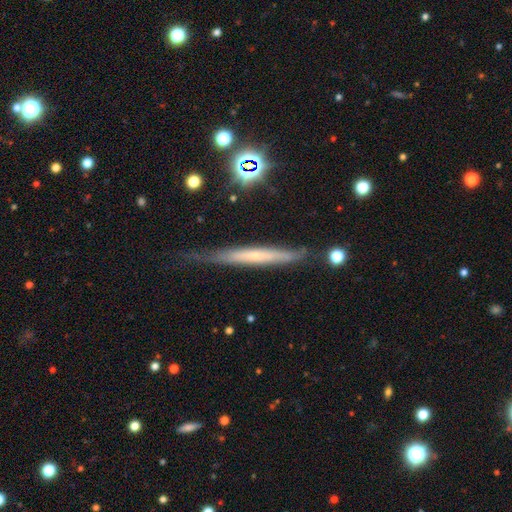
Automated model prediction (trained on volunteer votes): Morphology: type=featured or disk (57%); edge-on=yes (91%); edge-on bulge=none (61%); merging=none (69%).